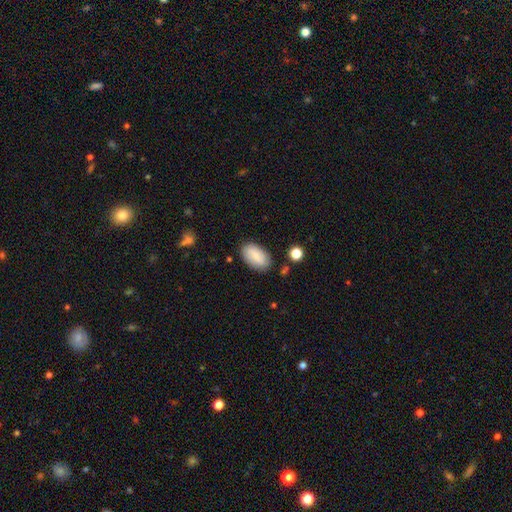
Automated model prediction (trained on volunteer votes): Smooth or featured? Predicted: smooth (p=0.82). How rounded? Predicted: in between (p=0.94). Merging? Predicted: none (p=0.82).